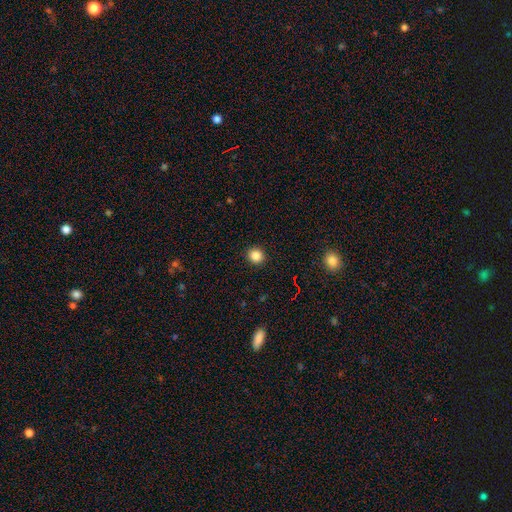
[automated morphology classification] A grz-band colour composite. It shows a smooth galaxy with no disk features (85%) that is round (88%). Merging: none (92%).